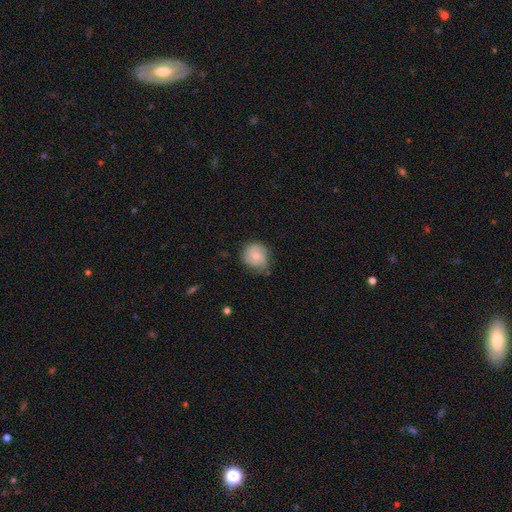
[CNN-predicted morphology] Overall: smooth (48%; featured or disk 44%). Merging: none (63%; minor disturbance 27%).